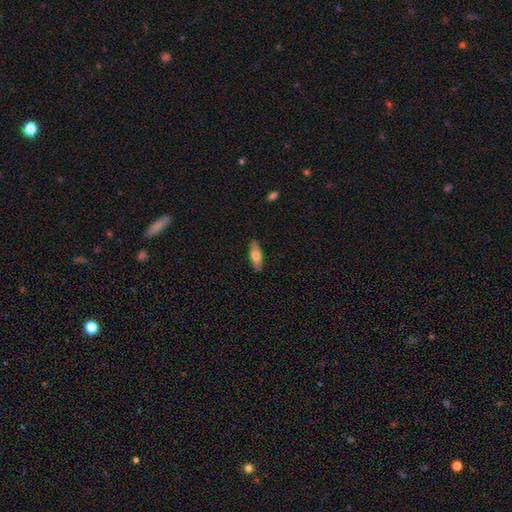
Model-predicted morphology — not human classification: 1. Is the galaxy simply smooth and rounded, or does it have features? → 68% smooth, 26% featured or disk, 6% star or artifact.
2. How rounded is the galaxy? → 65% in between, 32% cigar-shaped, 2% round.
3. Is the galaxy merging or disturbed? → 88% none, 9% minor disturbance, 2% major disturbance, 1% merger.